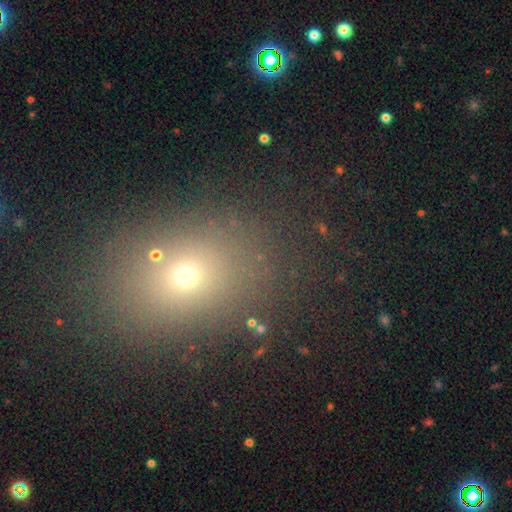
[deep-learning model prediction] smooth-or-featured: smooth: 58% | star or artifact: 30% | featured or disk: 12%
  how-rounded: in between: 55% | round: 43% | cigar-shaped: 2%
  merging: none: 81% | minor disturbance: 10% | merger: 5% | major disturbance: 5%